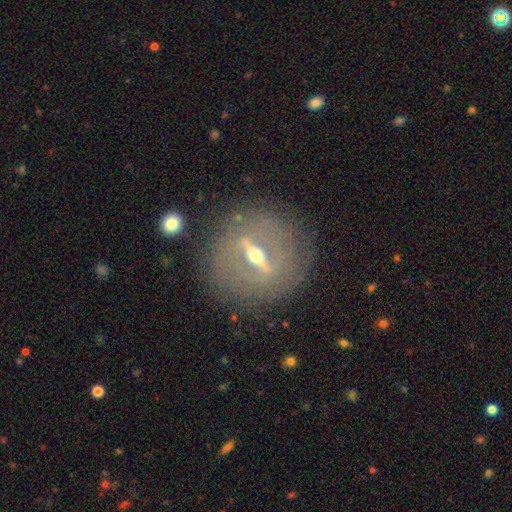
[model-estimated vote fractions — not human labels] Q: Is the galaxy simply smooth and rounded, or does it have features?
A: featured or disk — 85%.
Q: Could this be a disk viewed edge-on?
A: no — 58%.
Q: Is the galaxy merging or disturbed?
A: none — 82%.